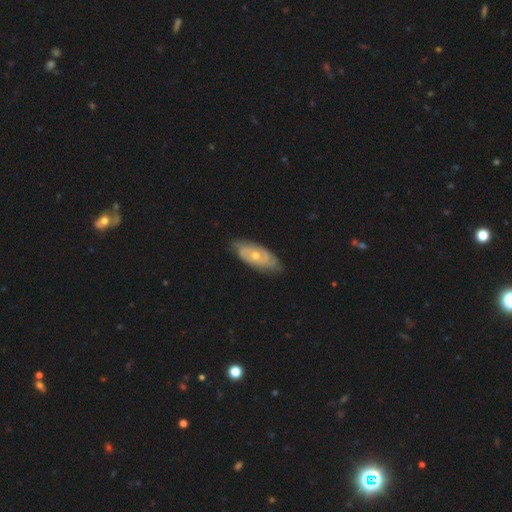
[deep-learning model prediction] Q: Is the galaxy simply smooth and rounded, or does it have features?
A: featured or disk — 77%.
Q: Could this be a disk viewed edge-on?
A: no — 91%.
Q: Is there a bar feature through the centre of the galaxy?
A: no — 75%.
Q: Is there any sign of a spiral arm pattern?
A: yes — 88%.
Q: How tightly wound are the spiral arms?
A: tight — 60%.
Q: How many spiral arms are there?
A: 2 — 46%.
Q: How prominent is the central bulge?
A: moderate — 54%.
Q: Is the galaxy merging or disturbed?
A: none — 75%.